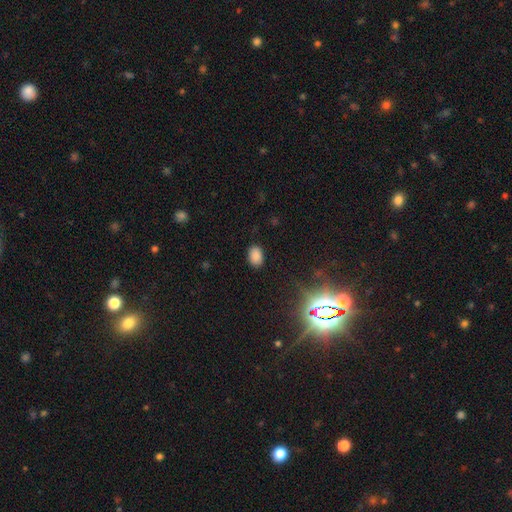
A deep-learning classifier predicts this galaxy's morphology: Smooth or featured? smooth (84%)
How rounded? in between (83%)
Merging? none (86%)